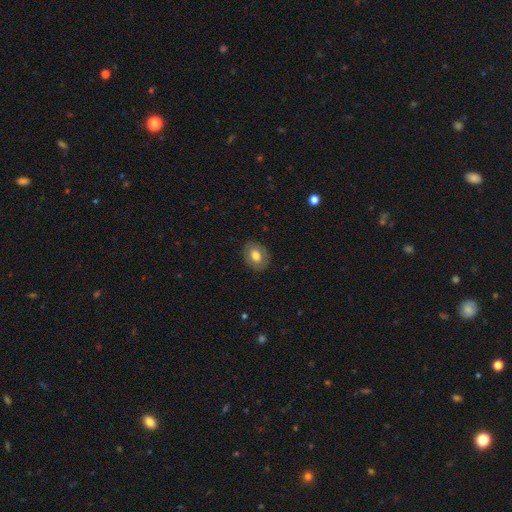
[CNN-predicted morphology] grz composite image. It shows a smooth galaxy with no disk features (70%) that is in between round and cigar-shaped (54%). Merging: none (87%).